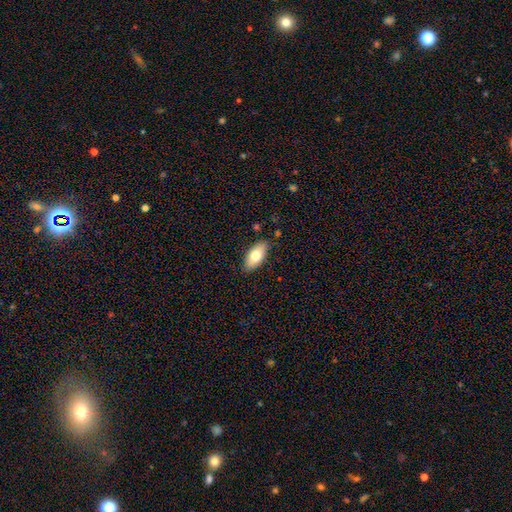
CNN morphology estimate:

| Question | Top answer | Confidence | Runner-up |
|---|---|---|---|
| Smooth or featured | smooth | 73% | featured or disk (20%) |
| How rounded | in between | 90% | cigar-shaped (8%) |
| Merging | none | 85% | minor disturbance (12%) |